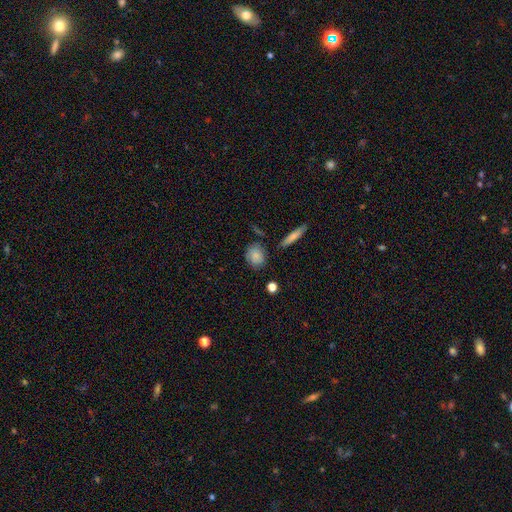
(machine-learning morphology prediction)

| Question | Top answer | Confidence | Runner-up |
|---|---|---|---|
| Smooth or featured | smooth | 80% | featured or disk (11%) |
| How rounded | round | 60% | in between (37%) |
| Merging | none | 75% | minor disturbance (16%) |